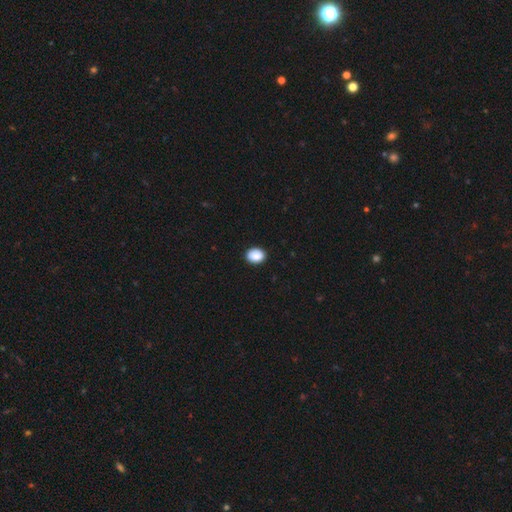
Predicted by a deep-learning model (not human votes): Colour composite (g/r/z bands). It shows a smooth galaxy with no disk features (89%) that is in between round and cigar-shaped (54%). Merging: none (91%).